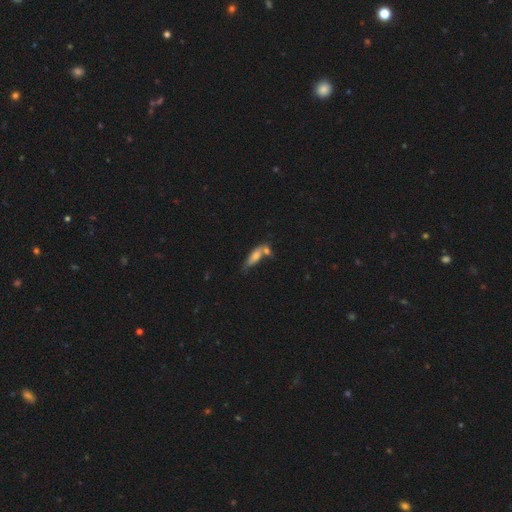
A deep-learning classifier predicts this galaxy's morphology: This is likely a smooth galaxy (68%). How rounded: possibly in between (55%). Merging: marginally none (40%).